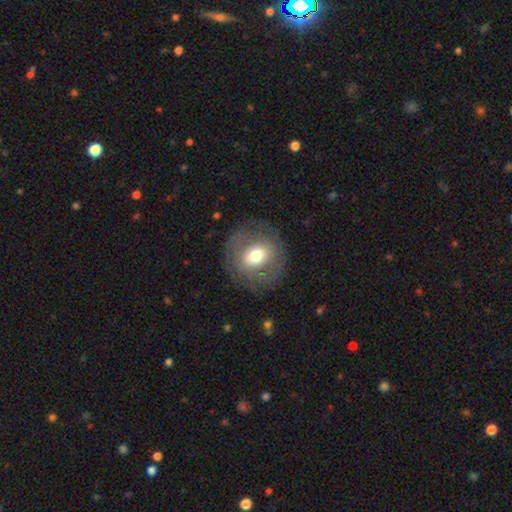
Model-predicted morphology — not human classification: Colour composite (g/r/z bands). It shows a smooth galaxy with no disk features (51%) that is round (79%). Merging: none (79%).